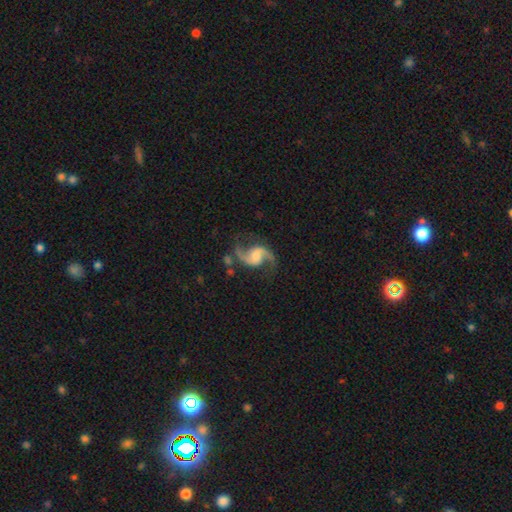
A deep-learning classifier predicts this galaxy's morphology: A featured or disk galaxy (92%) with no bar (44%), 2 (94%) loose (58%) spiral arms (98%) and a moderate central bulge (38%). Merging: none (76%).